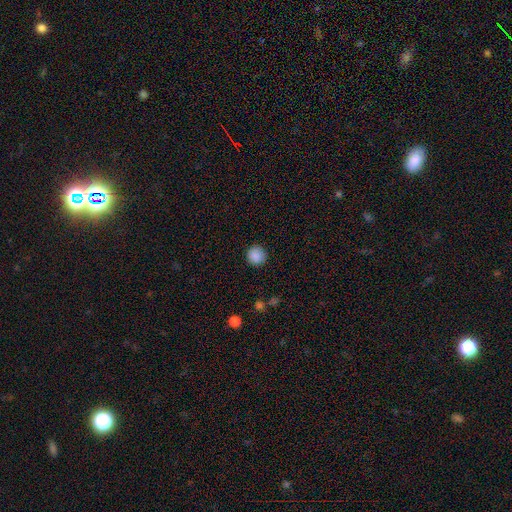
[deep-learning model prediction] The model was most divided on "smooth or featured": smooth: 88%, star or artifact: 9%, featured or disk: 3%. More confident: how rounded — round (93%); merging — none (89%).